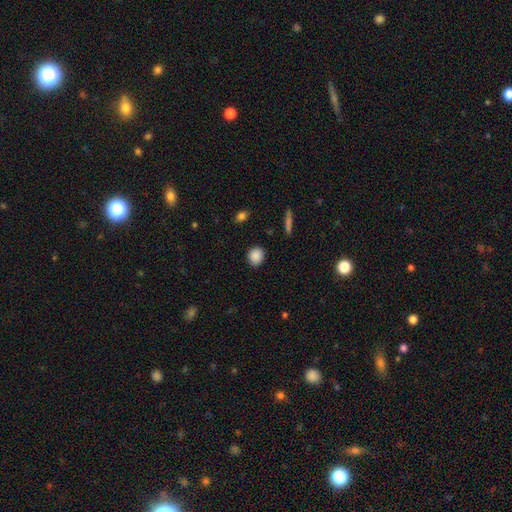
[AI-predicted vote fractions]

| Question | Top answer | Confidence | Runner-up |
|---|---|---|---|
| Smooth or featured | smooth | 88% | star or artifact (8%) |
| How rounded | round | 75% | in between (24%) |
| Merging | none | 88% | minor disturbance (8%) |